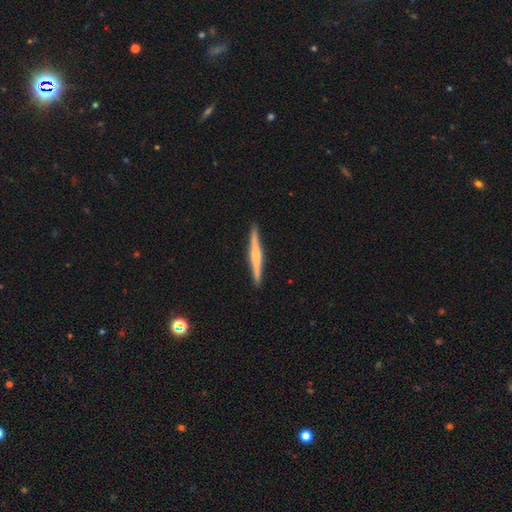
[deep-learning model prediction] Smooth or featured? featured or disk (56%)
Edge-on disk? yes (98%)
Edge-on bulge? rounded (49%)
Merging? none (92%)